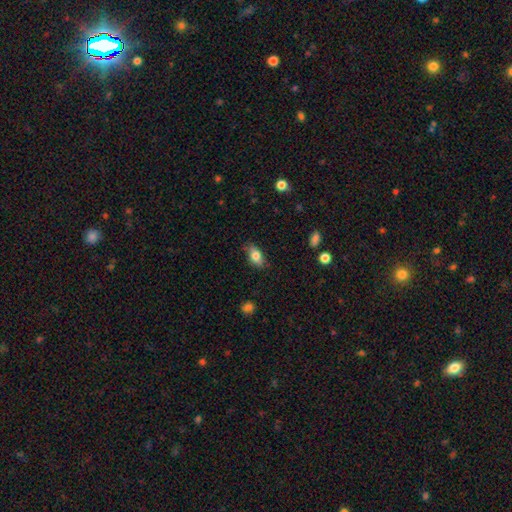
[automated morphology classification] Smooth or featured: smooth — 76% (featured or disk — 16%)
How rounded: in between — 86% (round — 7%)
Merging: none — 78% (minor disturbance — 17%)